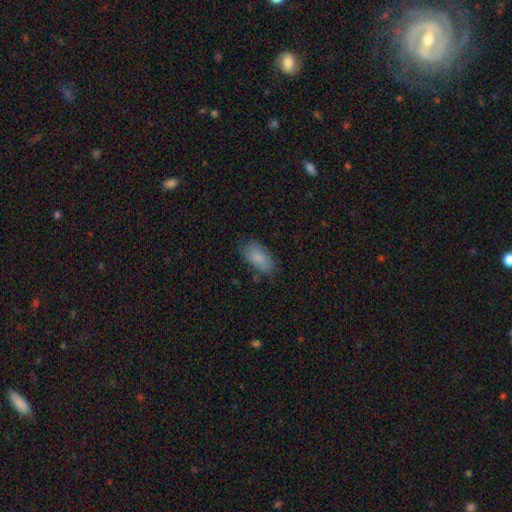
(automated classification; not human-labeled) smooth-or-featured: smooth: 84% | featured or disk: 8% | star or artifact: 8%
  how-rounded: in between: 91% | cigar-shaped: 5% | round: 4%
  merging: none: 75% | minor disturbance: 18% | major disturbance: 5% | merger: 2%